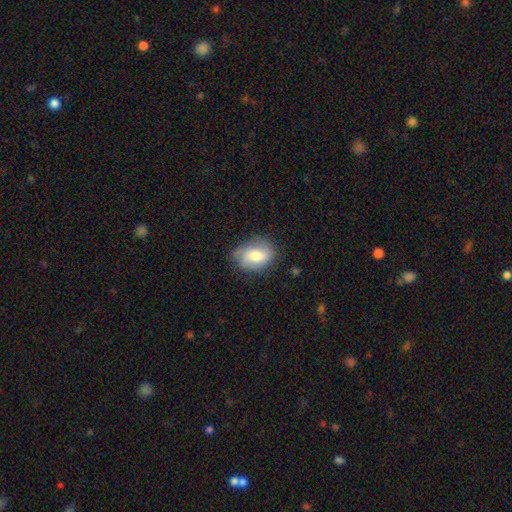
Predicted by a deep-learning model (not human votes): Smooth or featured: smooth — 58% (featured or disk — 34%)
How rounded: in between — 74% (round — 24%)
Merging: none — 71% (minor disturbance — 22%)